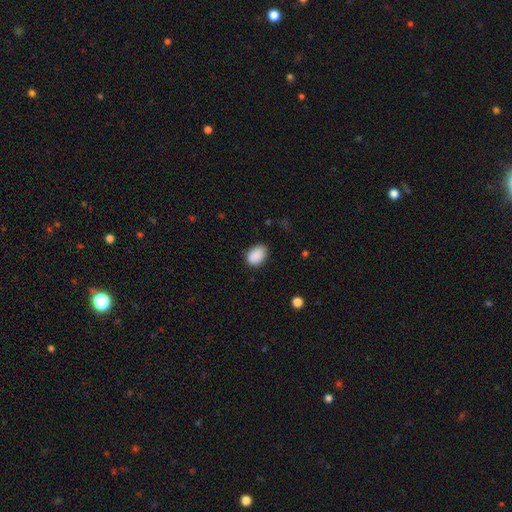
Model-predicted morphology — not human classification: A smooth galaxy with no disk features (89%) that is in between round and cigar-shaped (83%).

Vote fractions:
- Smooth or featured? smooth: 89% / star or artifact: 8% / featured or disk: 3%
- How rounded? in between: 83% / round: 16% / cigar-shaped: 1%
- Merging? none: 80% / minor disturbance: 16% / major disturbance: 3% / merger: 1%